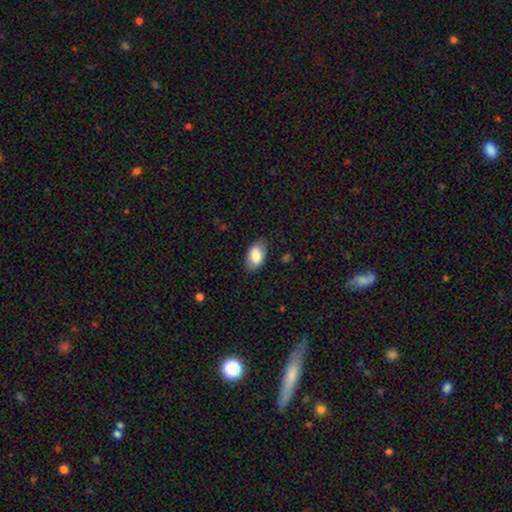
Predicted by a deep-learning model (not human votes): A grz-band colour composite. It shows a smooth galaxy with no disk features (81%) that is in between round and cigar-shaped (94%). Merging: none (81%).